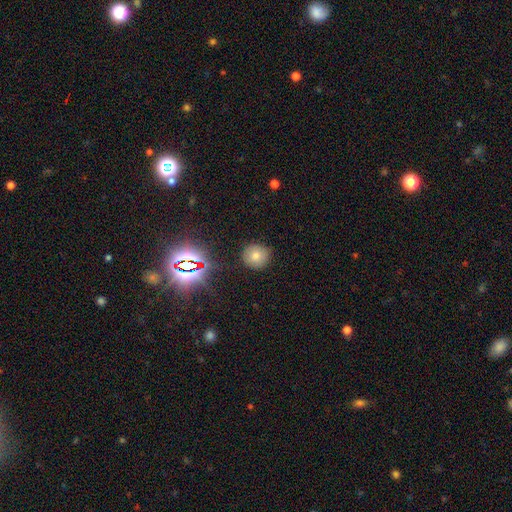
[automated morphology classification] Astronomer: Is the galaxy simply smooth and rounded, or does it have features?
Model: smooth — 62%.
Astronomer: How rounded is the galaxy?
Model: round — 92%.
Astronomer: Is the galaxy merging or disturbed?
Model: none — 89%.